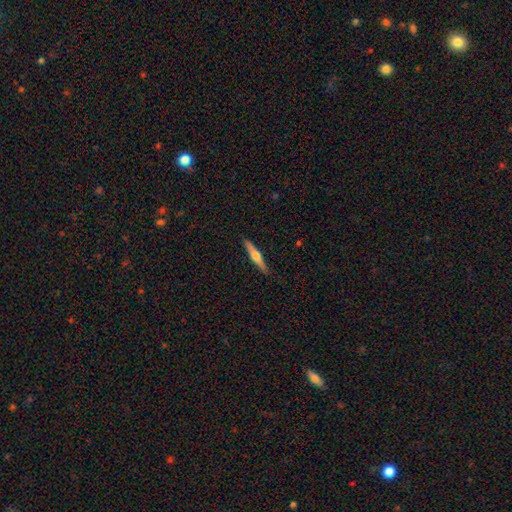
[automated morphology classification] This is likely a featured or disk galaxy (63%). It is clearly viewed edge-on (97%). Edge-on bulge: clearly rounded (92%). Merging: clearly none (90%).